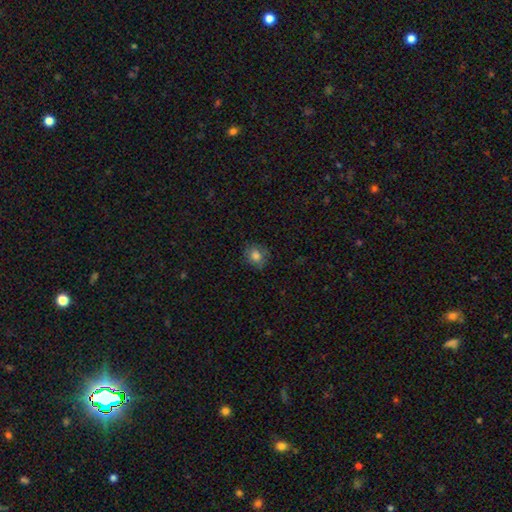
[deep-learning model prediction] smooth_or_featured: smooth (p=0.81) [alt: star or artifact p=0.11]
how_rounded: round (p=0.71) [alt: in between p=0.28]
merging: none (p=0.83) [alt: minor disturbance p=0.13]